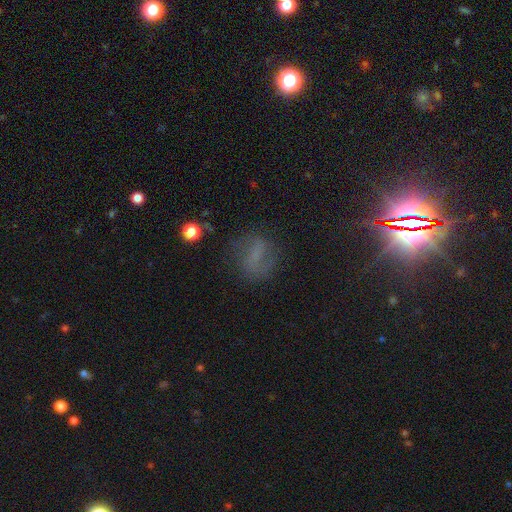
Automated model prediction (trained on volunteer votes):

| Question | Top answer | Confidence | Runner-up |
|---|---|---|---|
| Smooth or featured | smooth | 37% | tied: featured or disk (37%) |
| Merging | none | 67% | minor disturbance (18%) |